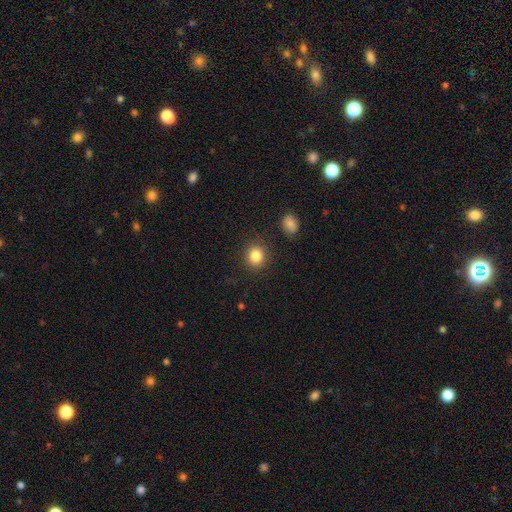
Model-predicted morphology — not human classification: Smooth or featured: smooth — 85% (star or artifact — 10%)
How rounded: round — 82% (in between — 17%)
Merging: none — 89% (minor disturbance — 7%)